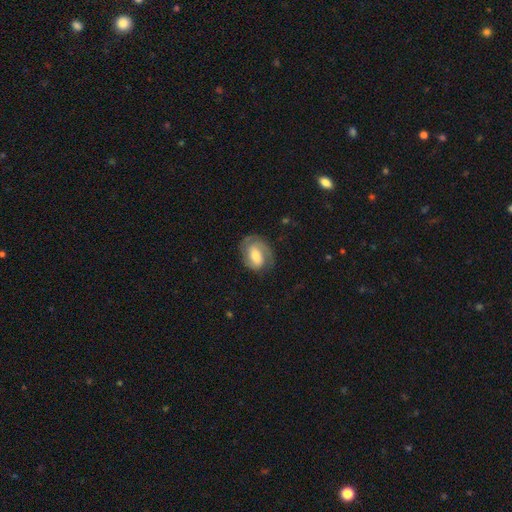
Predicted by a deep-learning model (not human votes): Smooth or featured? Predicted: featured or disk (p=0.68). Edge-on disk? Predicted: no (p=0.97). Bar? Predicted: weak (p=0.43). Spiral arms? Predicted: yes (p=0.89). Spiral winding? Predicted: tight (p=0.50). Spiral arm count? Predicted: 2 (p=0.62). Bulge size? Predicted: moderate (p=0.46). Merging? Predicted: none (p=0.68).